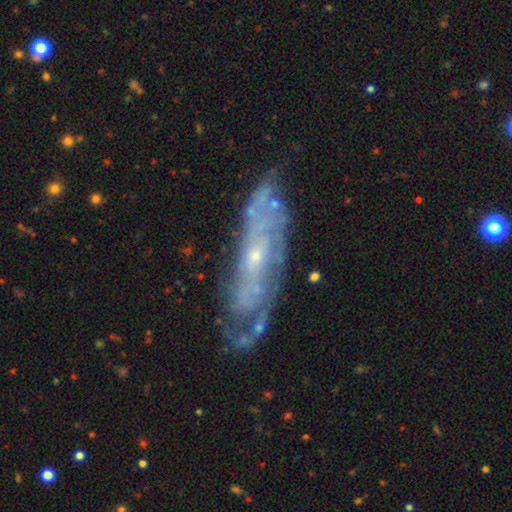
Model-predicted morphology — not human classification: This appears to be a featured or disk galaxy (82%) with no bar (69%), tight (65%) spiral arms (90%) and a small central bulge (76%). Merging: none (73%).